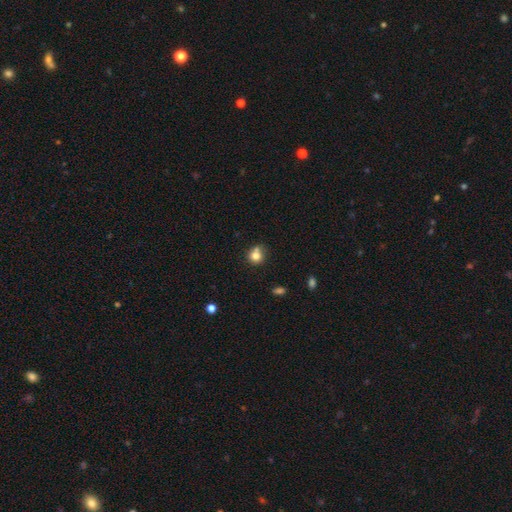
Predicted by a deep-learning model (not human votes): smooth-or-featured: smooth: 78% | star or artifact: 11% | featured or disk: 11%
  how-rounded: round: 83% | in between: 16% | cigar-shaped: 1%
  merging: none: 54% | merger: 26% | minor disturbance: 15% | major disturbance: 5%